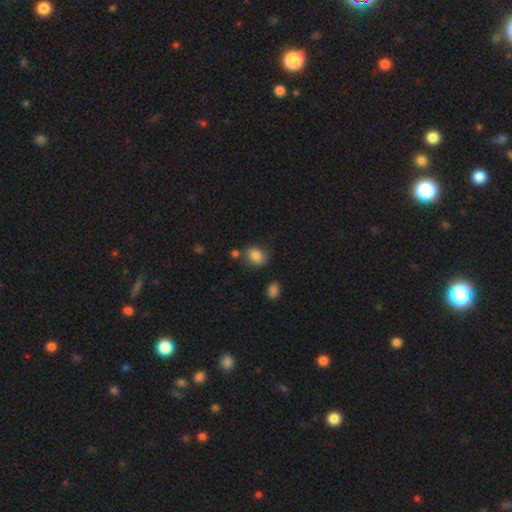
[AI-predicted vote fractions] Smooth or featured? smooth (84%)
How rounded? in between (56%)
Merging? none (72%)